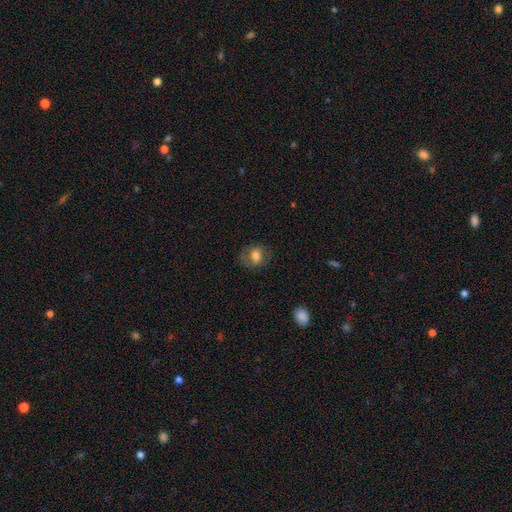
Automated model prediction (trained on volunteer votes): This appears to be a smooth galaxy with no disk features (68%) that is in between round and cigar-shaped (53%). Merging: none (74%).